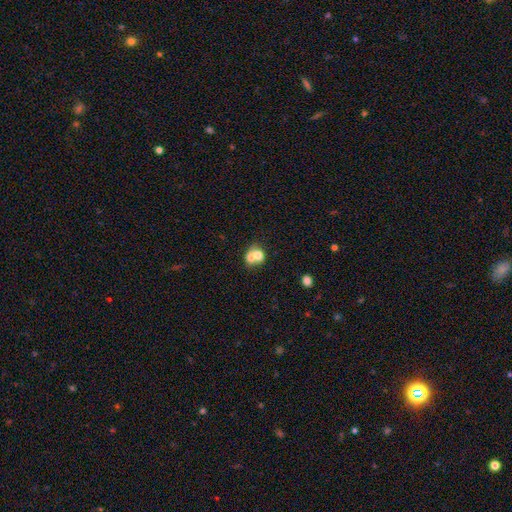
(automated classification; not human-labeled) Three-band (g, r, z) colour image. It shows a smooth galaxy with no disk features (67%) that is round (58%). Merging: merger (70%).